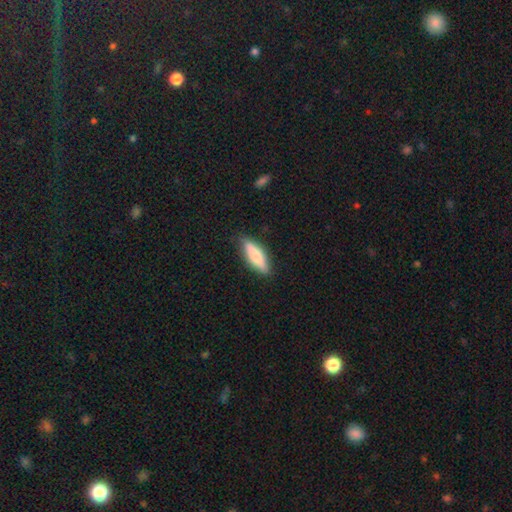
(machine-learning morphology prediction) The model was most divided on "how rounded": cigar-shaped: 62%, in between: 36%, round: 2%. More confident: merging — none (87%); smooth or featured — smooth (62%).